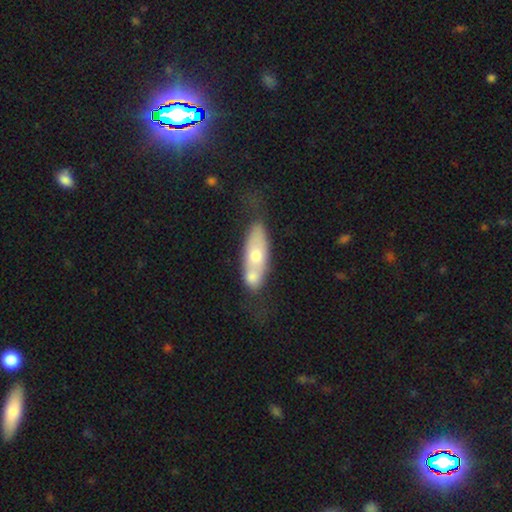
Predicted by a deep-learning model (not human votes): The model was most divided on "merging": merger: 40%, none: 34%, minor disturbance: 17%, major disturbance: 8%. More confident: how rounded — in between (65%); smooth or featured — smooth (58%).